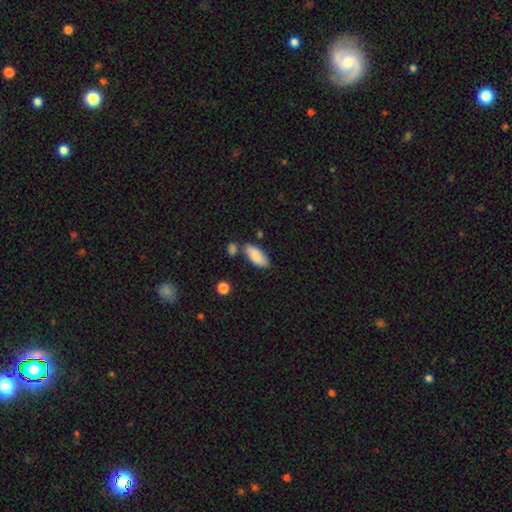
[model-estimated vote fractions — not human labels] Smooth or featured?
  - smooth: 86% *
  - featured or disk: 8%
  - star or artifact: 6%
How rounded?
  - in between: 87% *
  - cigar-shaped: 11%
  - round: 2%
Merging?
  - none: 70% *
  - minor disturbance: 15%
  - merger: 11%
  - major disturbance: 3%